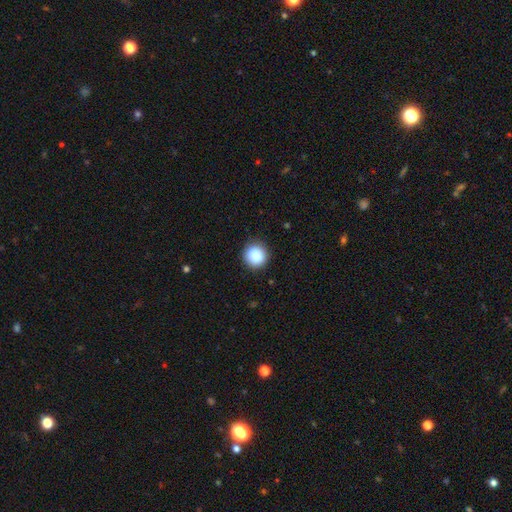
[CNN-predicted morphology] type=smooth (87%); roundness=round (94%); merging=none (90%).